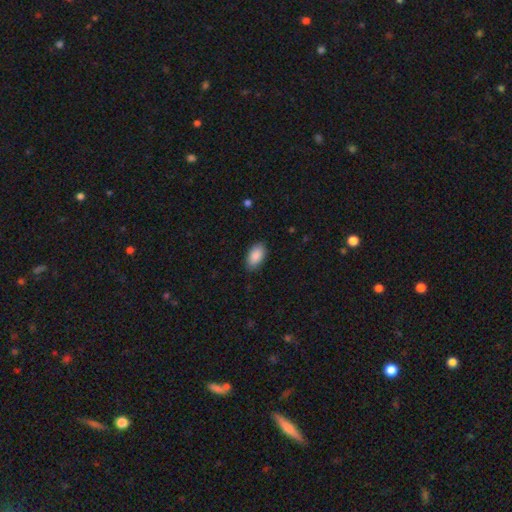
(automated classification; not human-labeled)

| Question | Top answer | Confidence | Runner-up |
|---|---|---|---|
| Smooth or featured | smooth | 89% | star or artifact (6%) |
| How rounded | in between | 94% | round (3%) |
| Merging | none | 85% | minor disturbance (11%) |